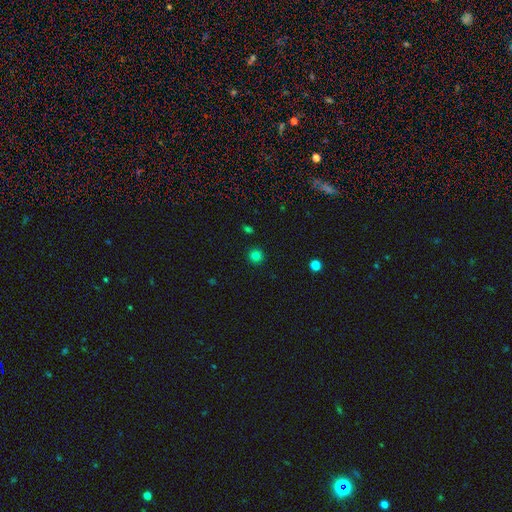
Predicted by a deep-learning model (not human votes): The model was most divided on "smooth or featured": smooth: 81%, star or artifact: 14%, featured or disk: 5%. More confident: how rounded — round (94%); merging — none (92%).